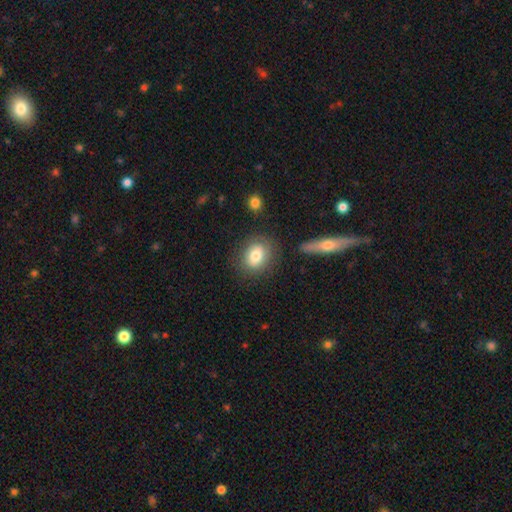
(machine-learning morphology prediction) This appears to be a smooth galaxy with no disk features (78%) that is in between round and cigar-shaped (57%). Merging: none (78%).